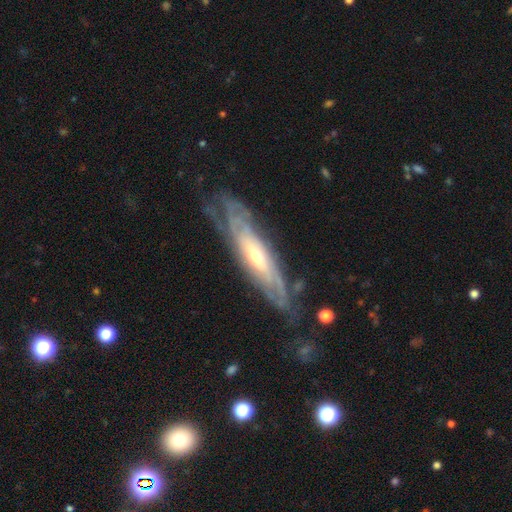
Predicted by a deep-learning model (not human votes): This appears to be a featured or disk galaxy (83%) with no bar (57%), tight (71%) spiral arms (89%) and a moderate central bulge (51%). Merging: none (70%).